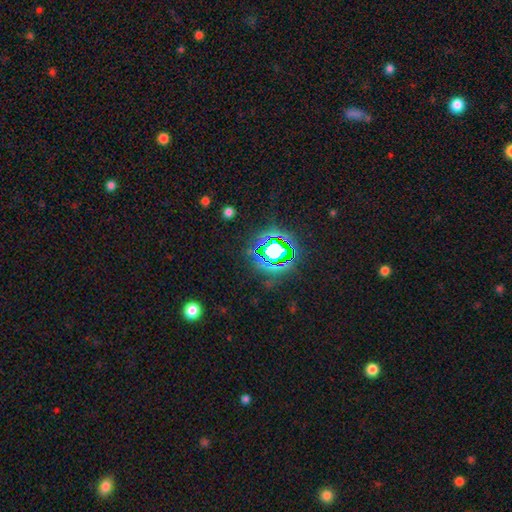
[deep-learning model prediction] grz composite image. It shows a star or artifact, not a galaxy (83%).